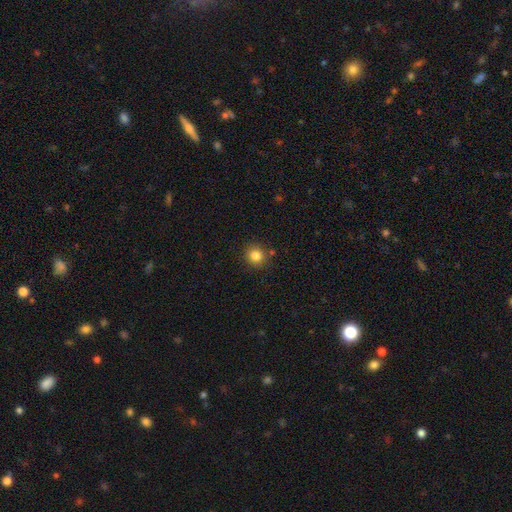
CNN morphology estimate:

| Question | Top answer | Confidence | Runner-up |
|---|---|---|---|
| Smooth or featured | smooth | 83% | star or artifact (12%) |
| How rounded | round | 90% | in between (9%) |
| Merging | none | 87% | minor disturbance (8%) |